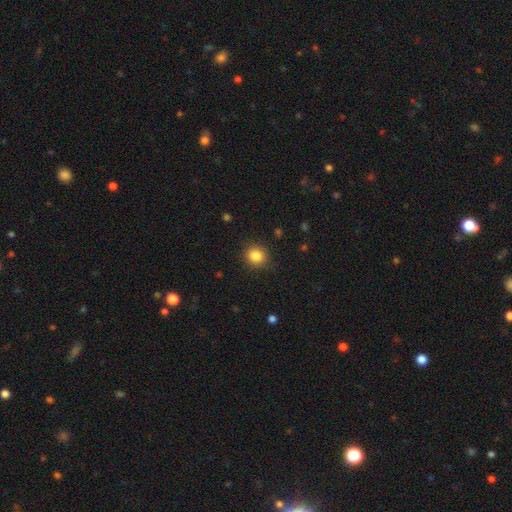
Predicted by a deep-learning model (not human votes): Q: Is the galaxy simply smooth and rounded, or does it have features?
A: smooth — 85%.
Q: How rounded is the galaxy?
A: round — 81%.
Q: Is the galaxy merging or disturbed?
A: none — 88%.